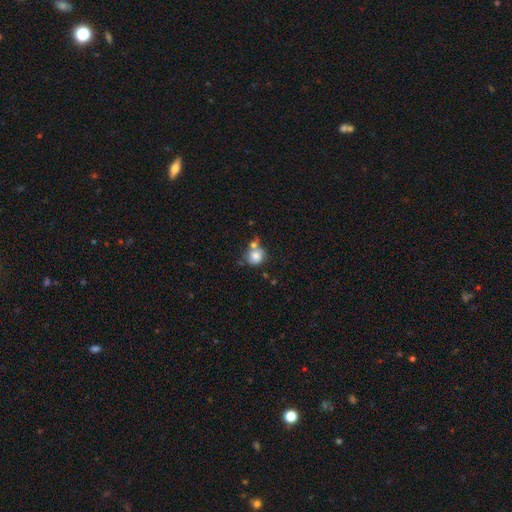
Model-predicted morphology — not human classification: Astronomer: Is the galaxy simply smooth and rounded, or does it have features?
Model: smooth — 77%.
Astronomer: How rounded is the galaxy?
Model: round — 79%.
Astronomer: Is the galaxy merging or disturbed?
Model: none — 42% (runner-up: merger, 34%).